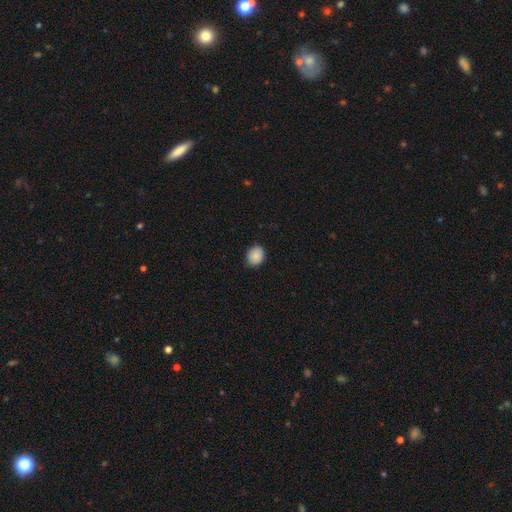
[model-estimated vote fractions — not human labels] The model was most divided on "how rounded": round: 58%, in between: 42%, cigar-shaped: 1%. More confident: smooth or featured — smooth (89%); merging — none (87%).